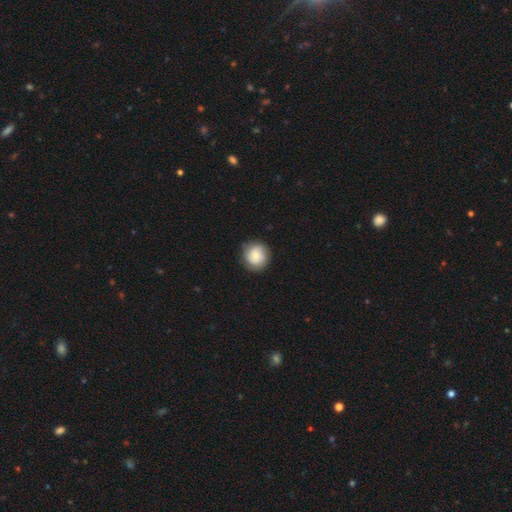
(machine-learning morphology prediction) smooth-or-featured: smooth: 65% | featured or disk: 28% | star or artifact: 8%
  how-rounded: round: 91% | in between: 8% | cigar-shaped: 1%
  merging: none: 84% | minor disturbance: 12% | major disturbance: 3% | merger: 1%